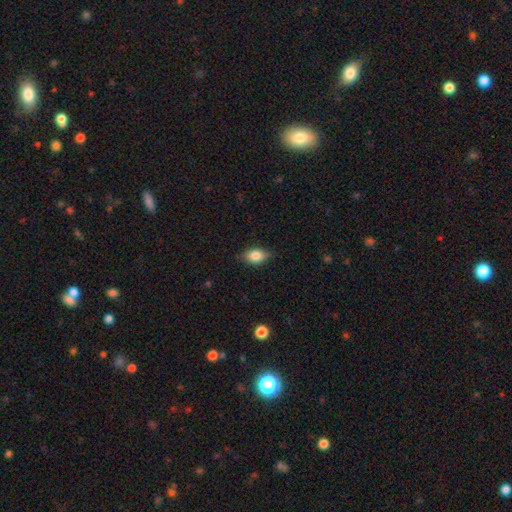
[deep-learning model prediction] This is likely a smooth galaxy (79%). How rounded: clearly in between (83%). Merging: likely none (80%).